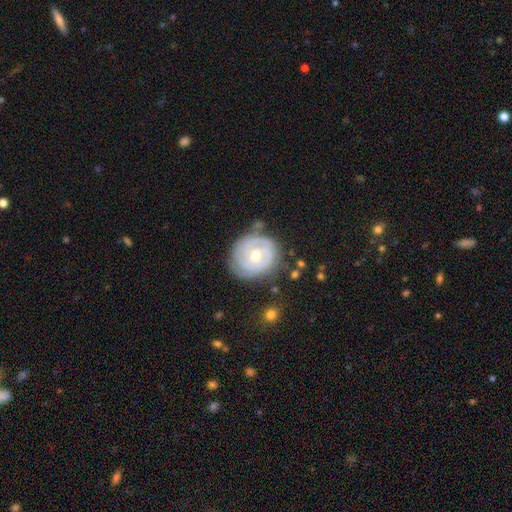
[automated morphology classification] smooth-or-featured: featured or disk: 84% | smooth: 11% | star or artifact: 5%
  disk-edge-on: no: 98% | yes: 2%
    bar: no: 66% | weak: 27% | strong: 7%
    has-spiral-arms: yes: 91% | no: 9%
      spiral-winding: tight: 78% | medium: 17% | loose: 4%
      spiral-arm-count: 2: 42% | can't tell: 24% | 3: 19% | 1: 6% | 4: 5% | more than 4: 4%
    bulge-size: moderate: 71% | small: 25% | large: 3% | none: 1% | dominant: 1%
  merging: none: 74% | minor disturbance: 17% | major disturbance: 6% | merger: 2%